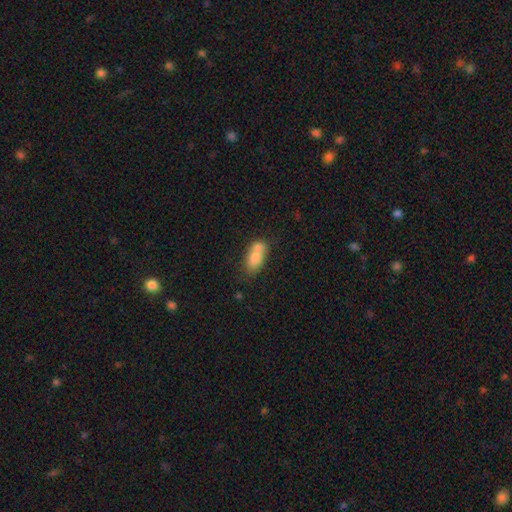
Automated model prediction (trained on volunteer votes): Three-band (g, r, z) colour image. It shows a smooth galaxy with no disk features (75%) that is in between round and cigar-shaped (85%). Merging: merger (44%).